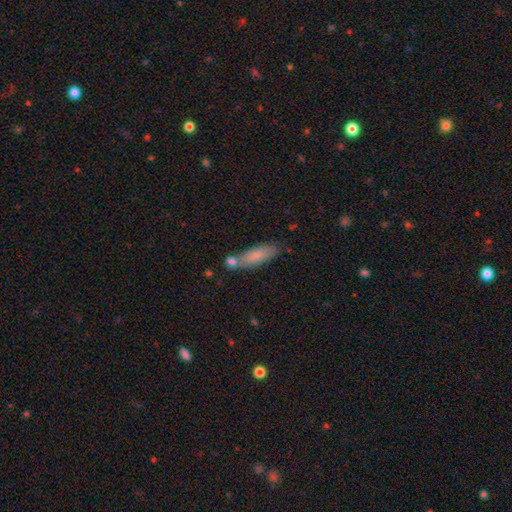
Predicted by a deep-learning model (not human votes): Smooth or featured: smooth — 76% (featured or disk — 17%)
How rounded: cigar-shaped — 52% (in between — 46%)
Merging: none — 62% (merger — 19%)